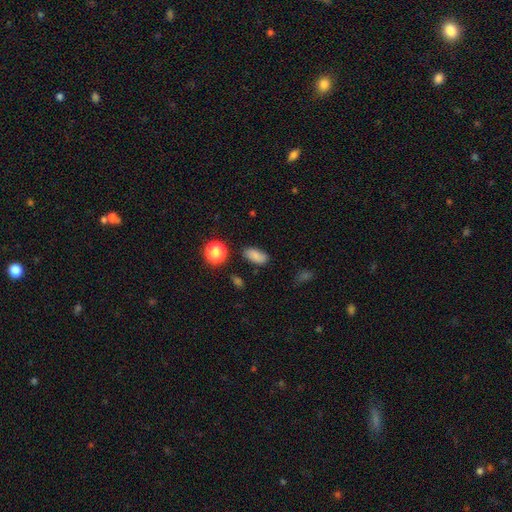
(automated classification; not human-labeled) smooth_or_featured: smooth (p=0.81) [alt: star or artifact p=0.11]
how_rounded: in between (p=0.88) [alt: round p=0.08]
merging: none (p=0.81) [alt: minor disturbance p=0.13]